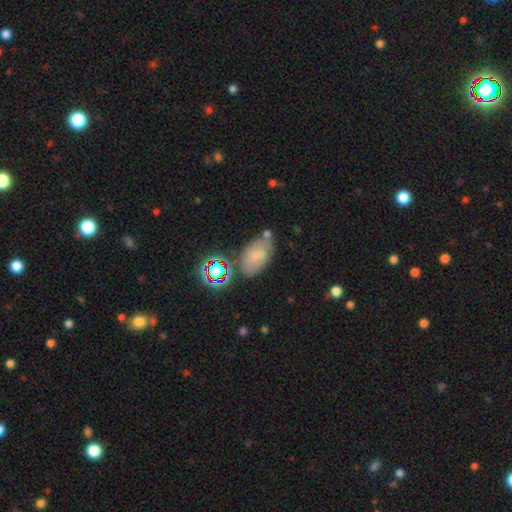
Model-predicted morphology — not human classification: smooth-or-featured: smooth: 60% | featured or disk: 22% | star or artifact: 18%
  how-rounded: in between: 89% | round: 9% | cigar-shaped: 2%
  merging: none: 63% | minor disturbance: 19% | merger: 11% | major disturbance: 6%